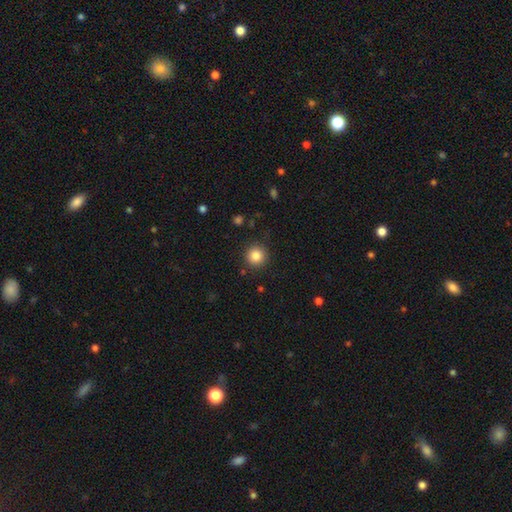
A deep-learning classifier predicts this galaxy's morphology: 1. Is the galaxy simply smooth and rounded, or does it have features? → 85% smooth, 10% star or artifact, 5% featured or disk.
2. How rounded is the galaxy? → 95% round, 4% in between, 1% cigar-shaped.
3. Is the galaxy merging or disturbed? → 90% none, 7% minor disturbance, 3% major disturbance, 1% merger.